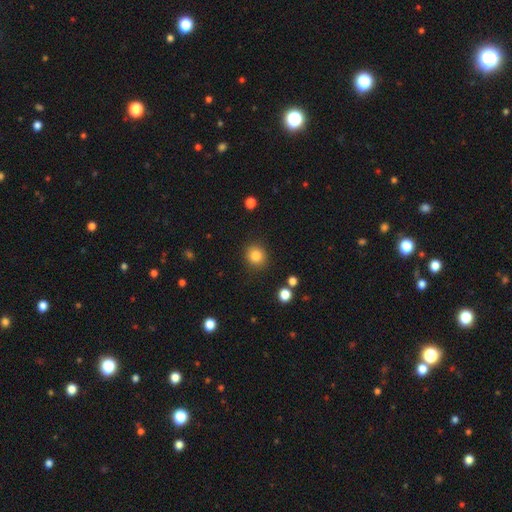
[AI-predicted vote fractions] A smooth galaxy with no disk features (84%) that is round (86%).

Vote fractions:
- Smooth or featured? smooth: 84% / star or artifact: 11% / featured or disk: 5%
- How rounded? round: 86% / in between: 13% / cigar-shaped: 1%
- Merging? none: 88% / minor disturbance: 8% / major disturbance: 3% / merger: 2%